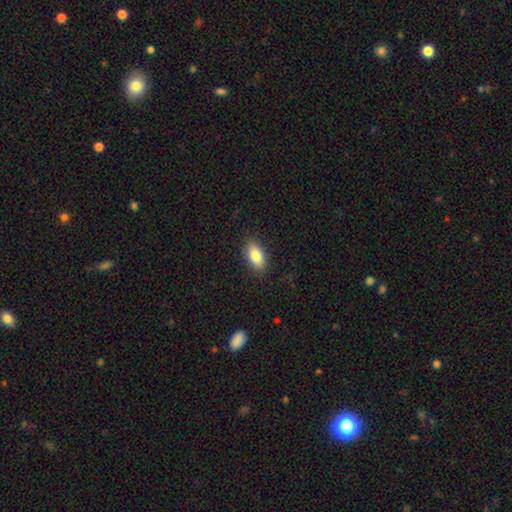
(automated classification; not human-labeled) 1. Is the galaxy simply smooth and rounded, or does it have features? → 84% smooth, 9% featured or disk, 7% star or artifact.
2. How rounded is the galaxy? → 91% in between, 5% round, 4% cigar-shaped.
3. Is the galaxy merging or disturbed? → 88% none, 9% minor disturbance, 2% major disturbance, 1% merger.